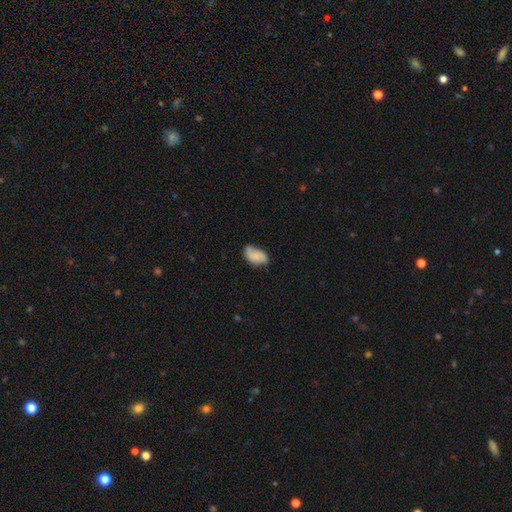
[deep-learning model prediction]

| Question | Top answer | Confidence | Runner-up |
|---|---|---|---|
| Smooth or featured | smooth | 66% | featured or disk (26%) |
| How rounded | in between | 92% | round (6%) |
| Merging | none | 62% | minor disturbance (29%) |